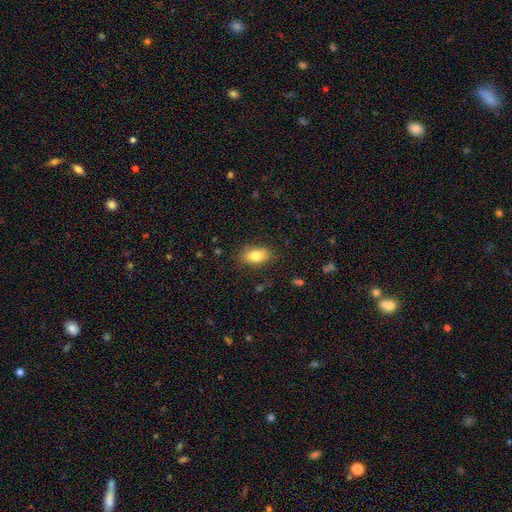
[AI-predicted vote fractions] smooth 82%, featured or disk 10%, star or artifact 8%. Down the decision tree: how rounded — in between (89%); merging — none (83%).